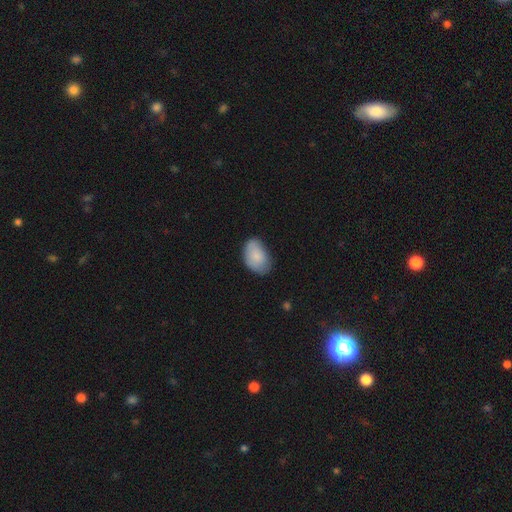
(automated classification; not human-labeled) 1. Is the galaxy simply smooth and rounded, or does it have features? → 84% smooth, 10% featured or disk, 6% star or artifact.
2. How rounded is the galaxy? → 91% in between, 8% round, 1% cigar-shaped.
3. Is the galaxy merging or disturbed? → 65% none, 28% minor disturbance, 5% major disturbance, 2% merger.